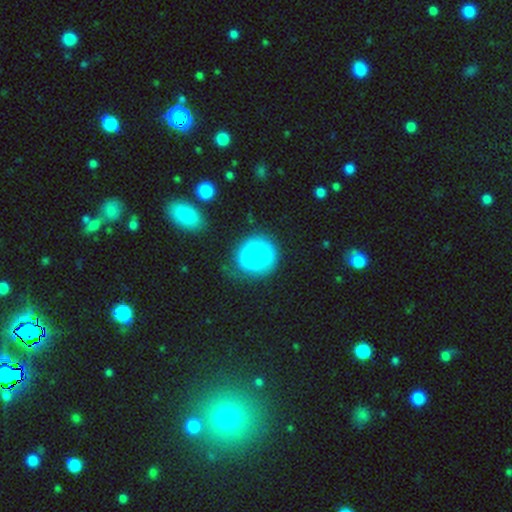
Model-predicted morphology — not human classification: smooth-or-featured: featured or disk: 58% | smooth: 35% | star or artifact: 7%
  disk-edge-on: no: 98% | yes: 2%
    bar: no: 54% | weak: 39% | strong: 7%
    has-spiral-arms: yes: 89% | no: 11%
      spiral-winding: medium: 47% | tight: 30% | loose: 23%
      spiral-arm-count: 2: 76% | can't tell: 11% | 3: 5% | 1: 5% | 4: 2% | more than 4: 2%
    bulge-size: small: 50% | moderate: 23% | none: 21% | large: 4% | dominant: 2%
  merging: none: 67% | minor disturbance: 18% | major disturbance: 9% | merger: 6%